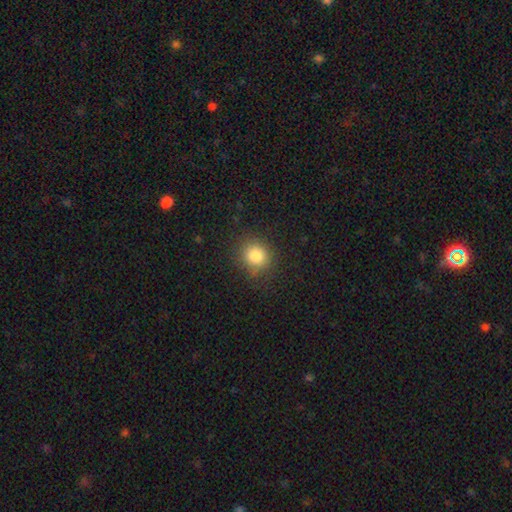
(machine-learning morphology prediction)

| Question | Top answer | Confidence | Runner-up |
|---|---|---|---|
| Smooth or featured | smooth | 83% | star or artifact (12%) |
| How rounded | round | 84% | in between (15%) |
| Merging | none | 84% | minor disturbance (11%) |